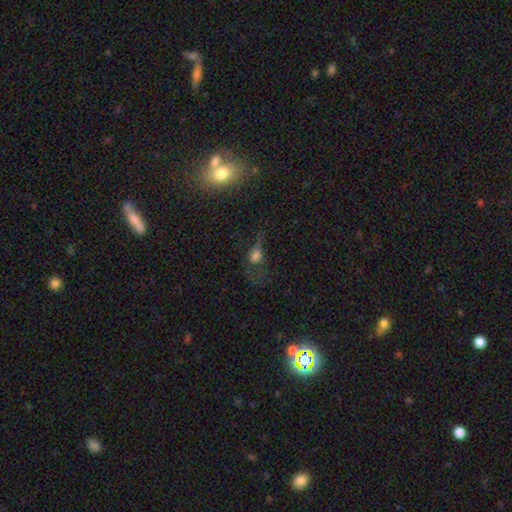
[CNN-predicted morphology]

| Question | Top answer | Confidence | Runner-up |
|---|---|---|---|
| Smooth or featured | smooth | 48% | featured or disk (27%) |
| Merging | major disturbance | 49% | none (28%) |